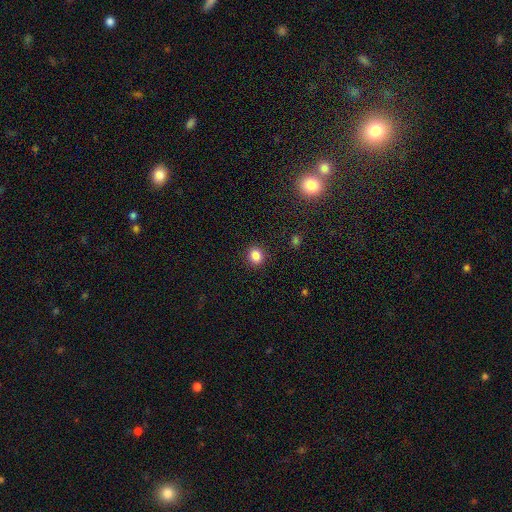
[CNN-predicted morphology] Smooth or featured: smooth — 85% (star or artifact — 11%)
How rounded: round — 74% (in between — 26%)
Merging: none — 90% (minor disturbance — 6%)